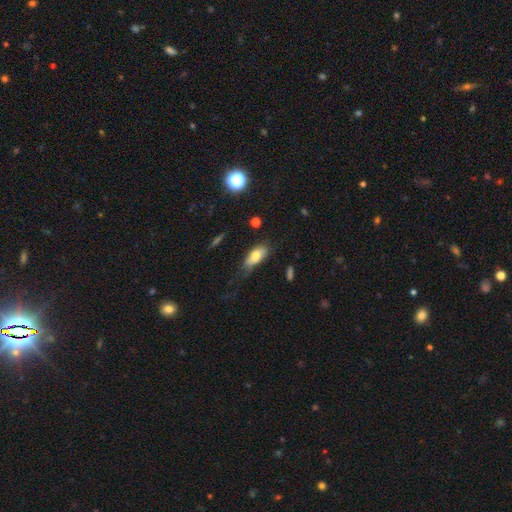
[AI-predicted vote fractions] Q: Smooth or featured?
A: smooth (73%); runner-up: featured or disk (18%)
Q: How rounded?
A: in between (83%); runner-up: cigar-shaped (13%)
Q: Merging?
A: none (39%); runner-up: minor disturbance (35%)